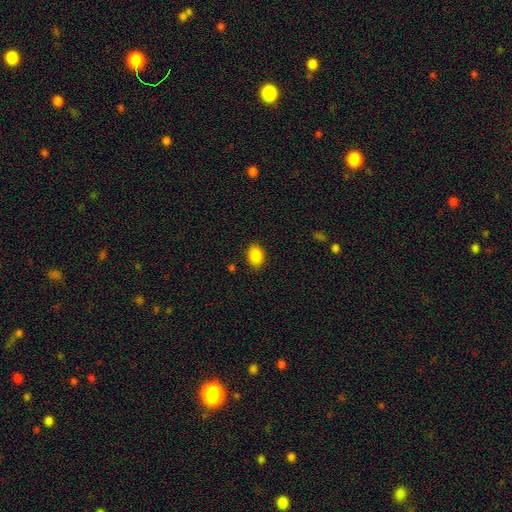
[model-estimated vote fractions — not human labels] Smooth or featured? Predicted: smooth (p=0.88). How rounded? Predicted: in between (p=0.77). Merging? Predicted: none (p=0.87).